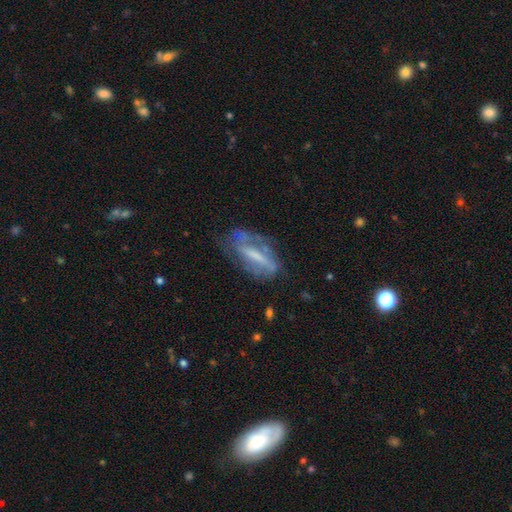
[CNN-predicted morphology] Smooth or featured: featured or disk — 61% (smooth — 30%)
Edge-on disk: no — 79% (yes — 21%)
Merging: none — 56% (minor disturbance — 25%)